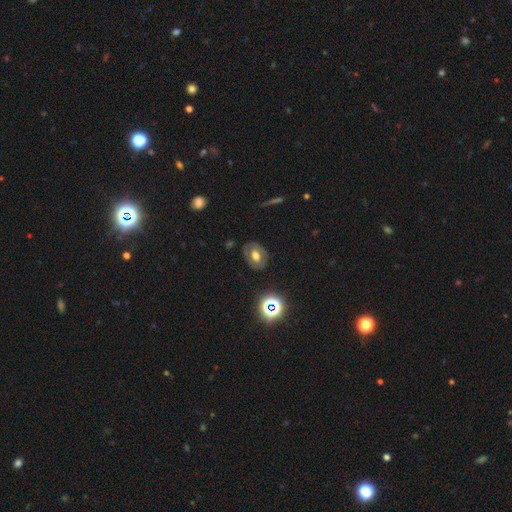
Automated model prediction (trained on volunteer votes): Smooth or featured?
  - smooth: 49% *
  - featured or disk: 36%
  - star or artifact: 15%
Merging?
  - none: 79% *
  - minor disturbance: 14%
  - major disturbance: 5%
  - merger: 2%